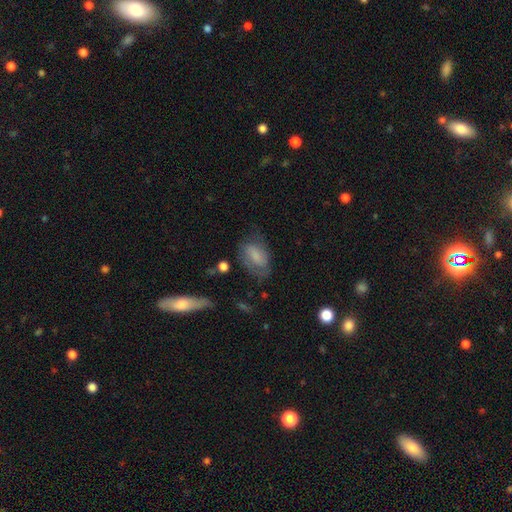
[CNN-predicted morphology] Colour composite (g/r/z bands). It shows a smooth galaxy with no disk features (63%) that is in between round and cigar-shaped (89%). Merging: none (52%).